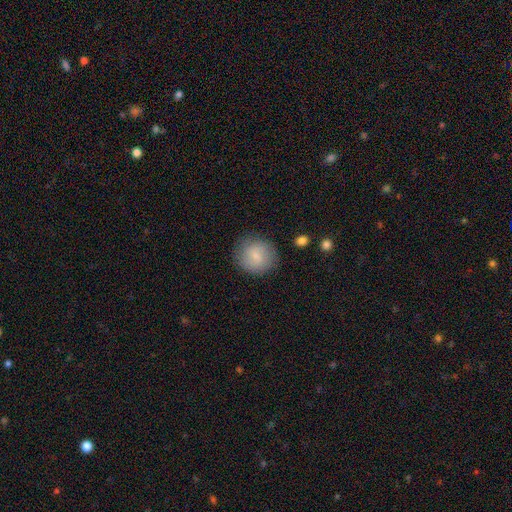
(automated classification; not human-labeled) smooth 76%, featured or disk 17%, star or artifact 7%. Down the decision tree: how rounded — round (88%); merging — none (84%).